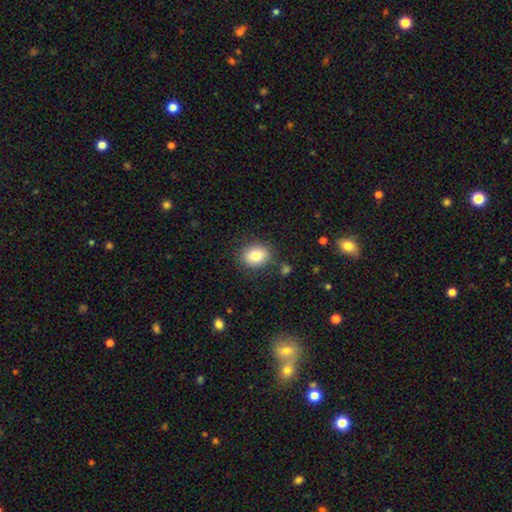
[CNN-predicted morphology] smooth_or_featured: smooth (p=0.81) [alt: featured or disk p=0.10]
how_rounded: round (p=0.51) [alt: in between p=0.48]
merging: none (p=0.83) [alt: minor disturbance p=0.11]